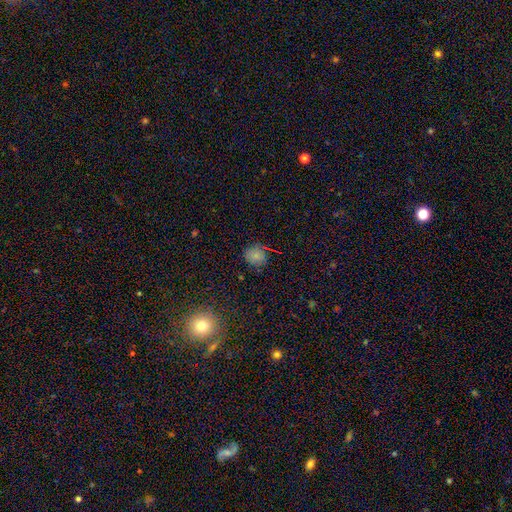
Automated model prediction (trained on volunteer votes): A smooth galaxy with no disk features (73%) that is round (83%).

Vote fractions:
- Smooth or featured? smooth: 73% / star or artifact: 19% / featured or disk: 8%
- How rounded? round: 83% / in between: 16% / cigar-shaped: 1%
- Merging? none: 81% / minor disturbance: 14% / major disturbance: 3% / merger: 2%